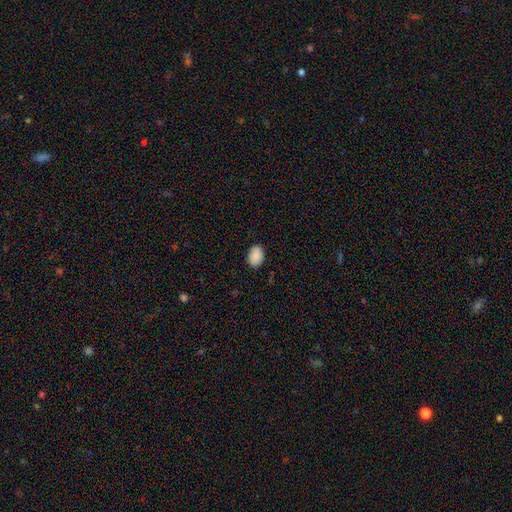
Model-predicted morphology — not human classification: Smooth or featured? smooth (89%)
How rounded? in between (80%)
Merging? none (85%)